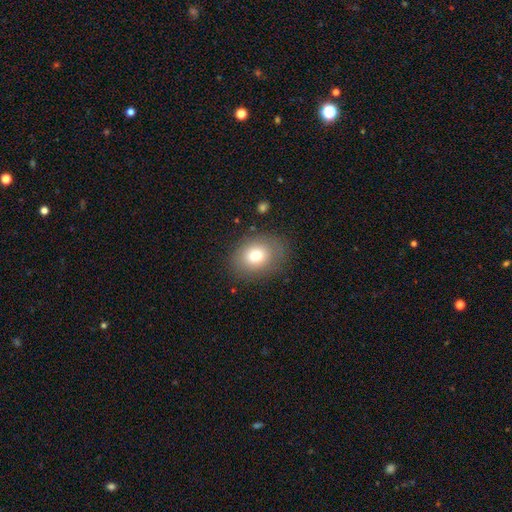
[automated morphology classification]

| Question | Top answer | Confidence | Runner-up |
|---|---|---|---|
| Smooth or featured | smooth | 77% | featured or disk (14%) |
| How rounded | in between | 57% | round (42%) |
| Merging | none | 80% | minor disturbance (13%) |